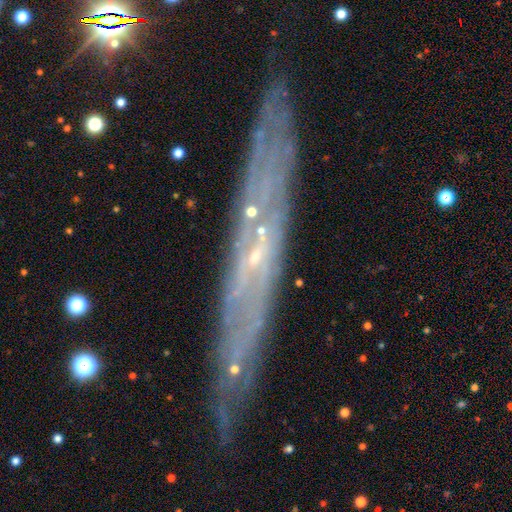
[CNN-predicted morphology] Smooth or featured? featured or disk (71%)
Edge-on disk? yes (69%)
Merging? none (83%)